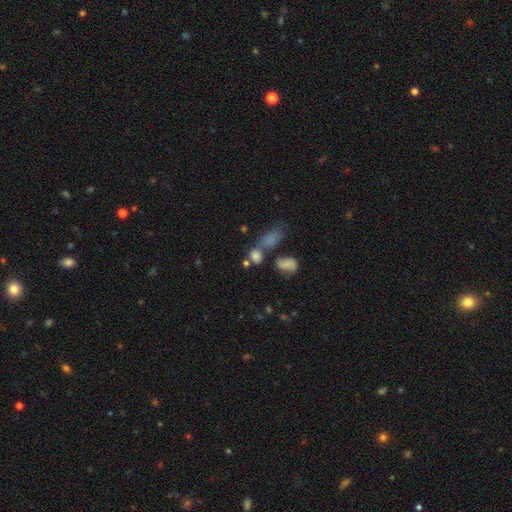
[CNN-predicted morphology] This is likely a smooth galaxy (75%). How rounded: likely in between (61%). Merging: marginally merger (41%).